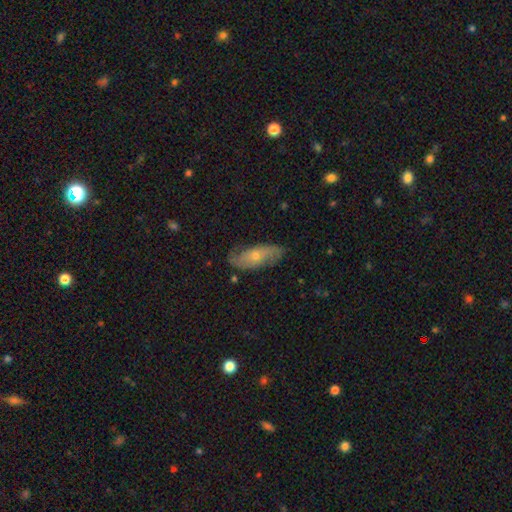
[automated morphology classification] featured or disk 58%, smooth 35%, star or artifact 7%. Down the decision tree: edge-on disk — no (82%); merging — none (75%).